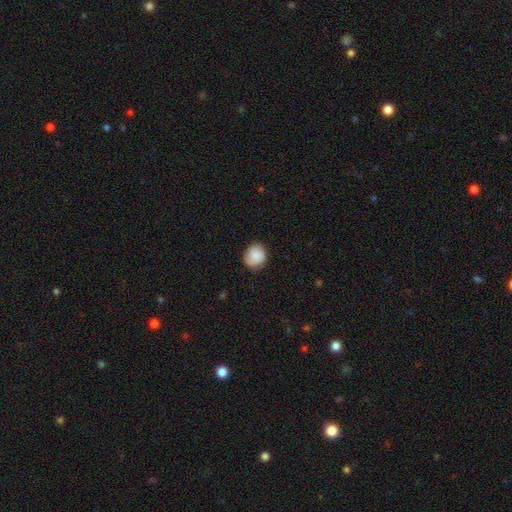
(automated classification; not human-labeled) Overall: smooth (87%). How rounded: round (79%). Merging: none (80%).